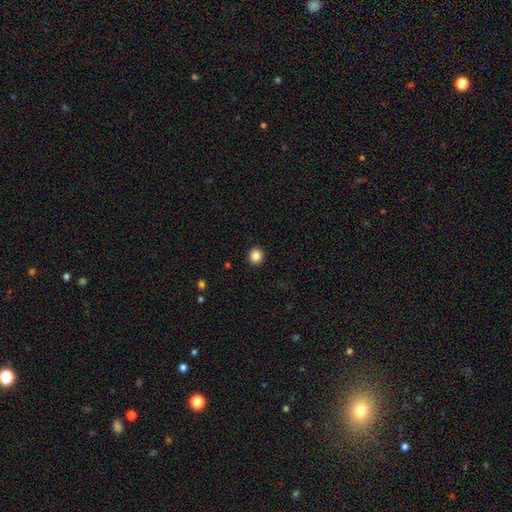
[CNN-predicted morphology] type=smooth (86%); roundness=round (88%); merging=none (93%).